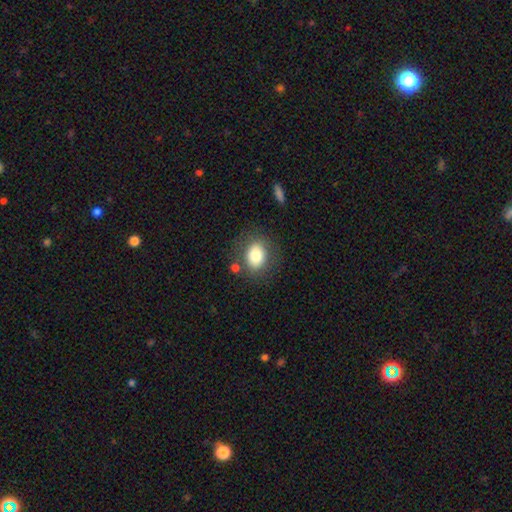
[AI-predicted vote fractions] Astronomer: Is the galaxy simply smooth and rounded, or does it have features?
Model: smooth — 78%.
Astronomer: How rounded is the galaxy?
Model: in between — 56% (runner-up: round, 43%).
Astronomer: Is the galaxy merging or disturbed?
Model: none — 77%.